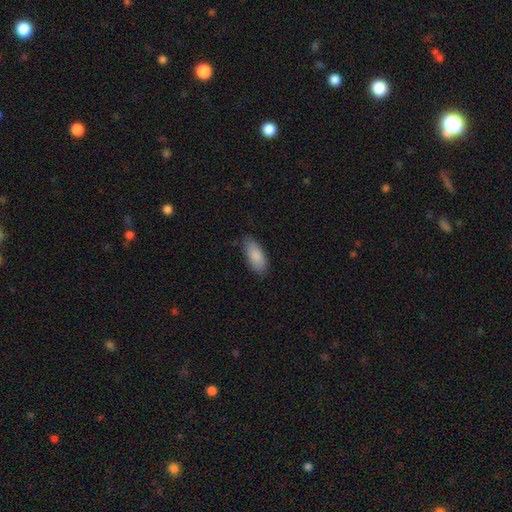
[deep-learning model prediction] smooth_or_featured: smooth (p=0.87) [alt: featured or disk p=0.07]
how_rounded: in between (p=0.88) [alt: cigar-shaped p=0.10]
merging: none (p=0.76) [alt: minor disturbance p=0.20]